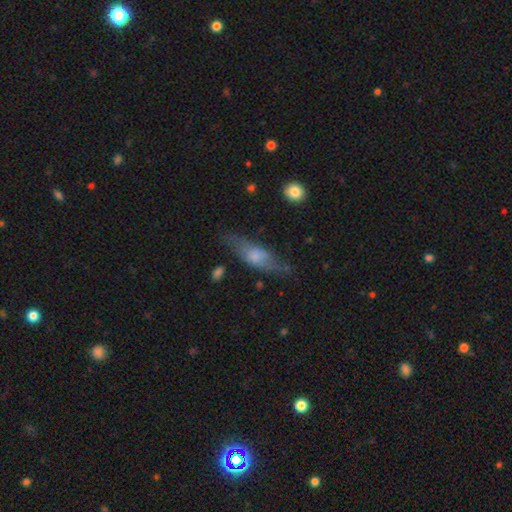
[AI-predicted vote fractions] smooth-or-featured: smooth: 50% | featured or disk: 43% | star or artifact: 7%
  how-rounded: in between: 50% | cigar-shaped: 46% | round: 3%
  merging: none: 61% | minor disturbance: 25% | major disturbance: 11% | merger: 3%